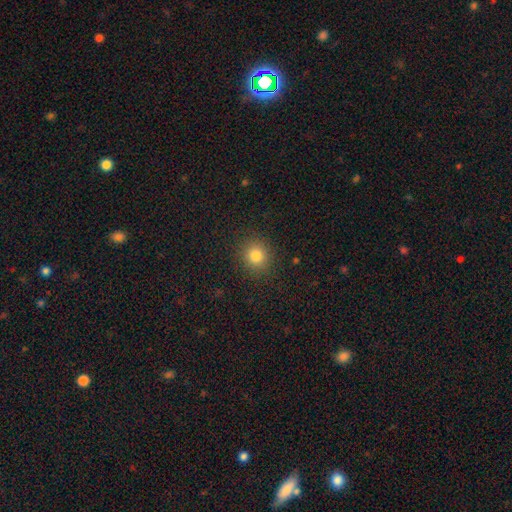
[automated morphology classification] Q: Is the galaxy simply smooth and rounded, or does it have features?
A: smooth — 81%.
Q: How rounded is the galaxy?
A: round — 87%.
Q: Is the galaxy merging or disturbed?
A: none — 89%.